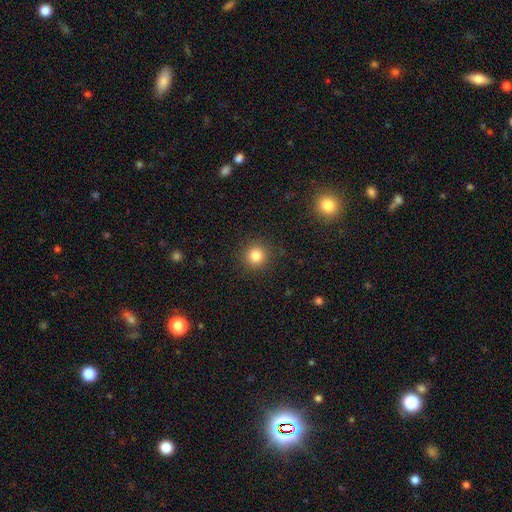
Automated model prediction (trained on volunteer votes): smooth_or_featured: smooth (p=0.83) [alt: star or artifact p=0.11]
how_rounded: round (p=0.94) [alt: in between p=0.05]
merging: none (p=0.90) [alt: minor disturbance p=0.06]